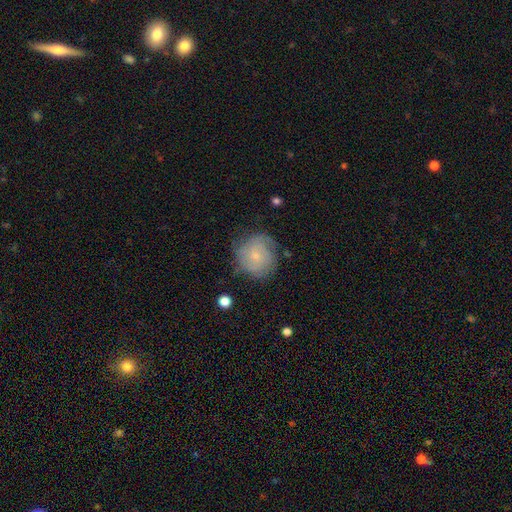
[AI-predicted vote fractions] The model was most divided on "smooth or featured": featured or disk: 49%, smooth: 42%, star or artifact: 9%. More confident: merging — none (71%).